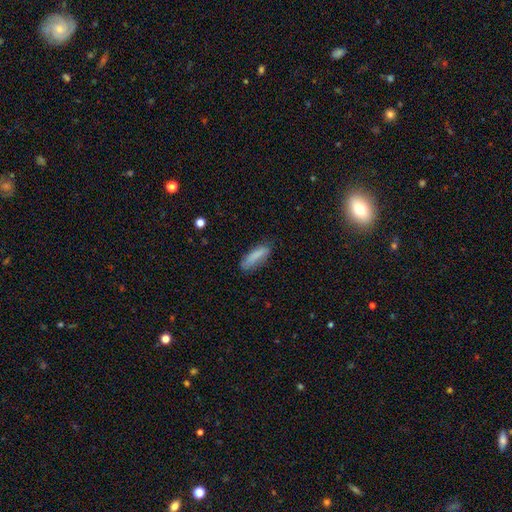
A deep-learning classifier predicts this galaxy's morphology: type=smooth (84%); roundness=cigar-shaped (58%); merging=none (73%).